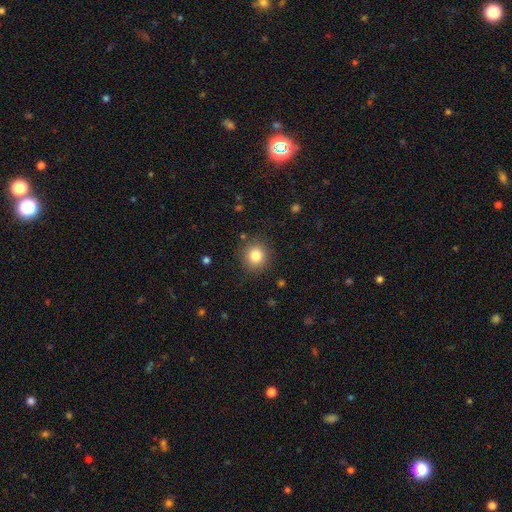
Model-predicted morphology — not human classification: Smooth or featured: smooth — 83% (star or artifact — 11%)
How rounded: round — 91% (in between — 8%)
Merging: none — 88% (minor disturbance — 8%)